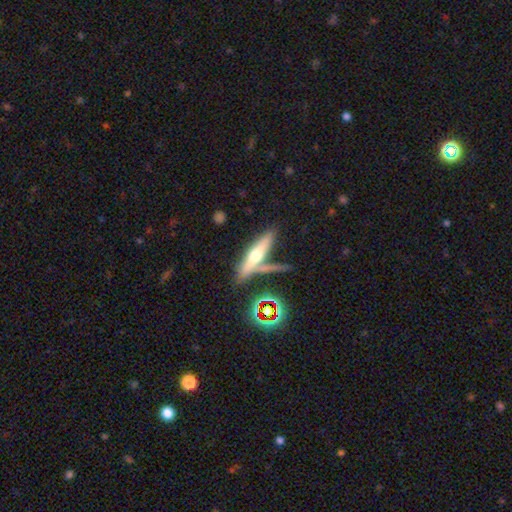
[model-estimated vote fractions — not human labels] Smooth or featured? featured or disk (46%)
Merging? none (56%)